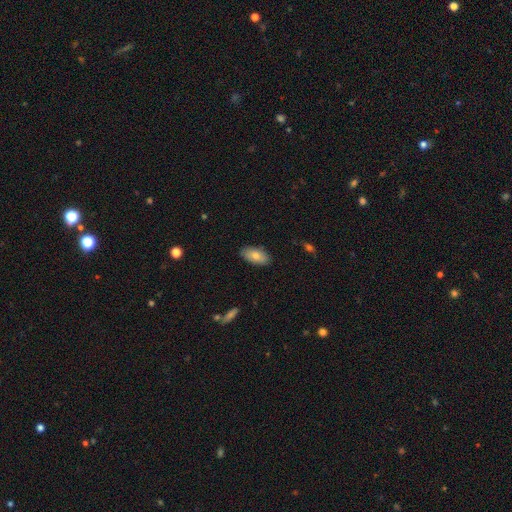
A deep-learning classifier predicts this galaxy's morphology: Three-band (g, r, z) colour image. It shows a smooth galaxy with no disk features (78%) that is in between round and cigar-shaped (93%). Merging: none (87%).